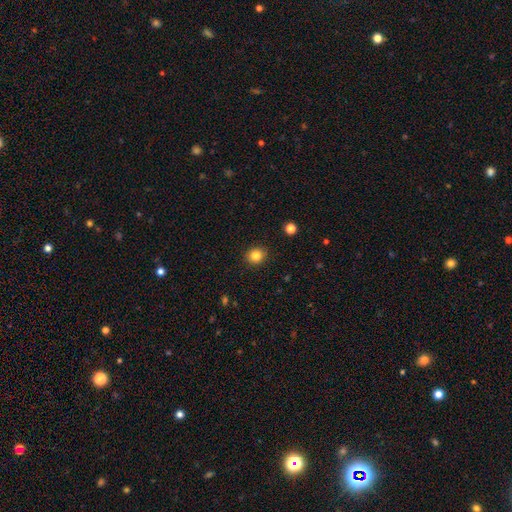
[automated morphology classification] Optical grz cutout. It shows a smooth galaxy with no disk features (83%) that is round (83%). Merging: none (90%).